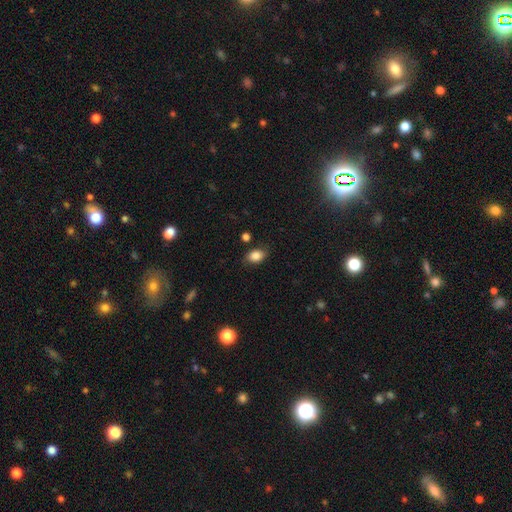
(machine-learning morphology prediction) This appears to be a smooth galaxy with no disk features (82%) that is in between round and cigar-shaped (76%). Merging: none (73%).